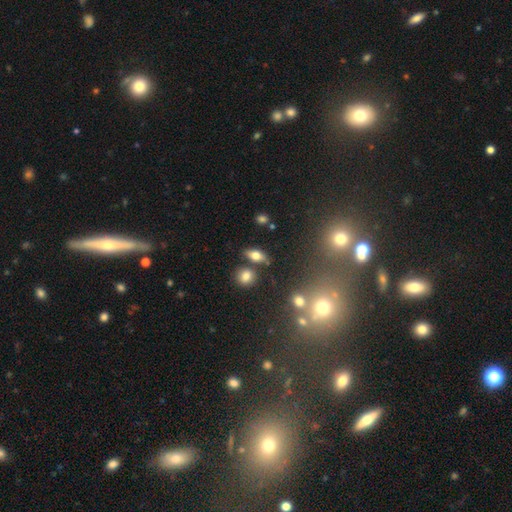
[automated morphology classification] This appears to be a smooth galaxy with no disk features (64%) that is in between round and cigar-shaped (73%). Merging: none (74%).